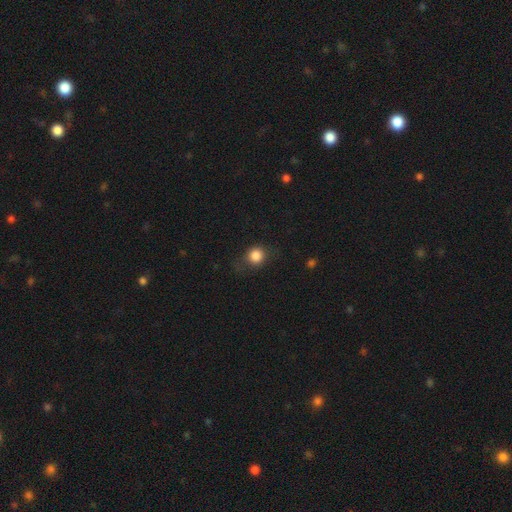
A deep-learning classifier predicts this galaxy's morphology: Smooth or featured: smooth — 83% (star or artifact — 10%)
How rounded: round — 81% (in between — 18%)
Merging: none — 68% (minor disturbance — 21%)